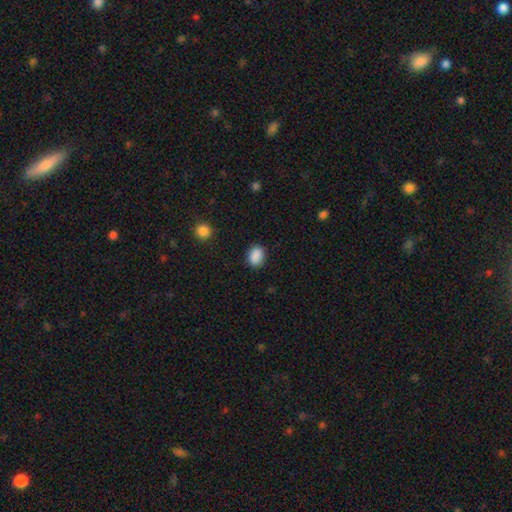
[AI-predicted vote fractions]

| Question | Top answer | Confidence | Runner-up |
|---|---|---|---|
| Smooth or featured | smooth | 89% | star or artifact (8%) |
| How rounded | in between | 71% | round (28%) |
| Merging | none | 85% | minor disturbance (11%) |